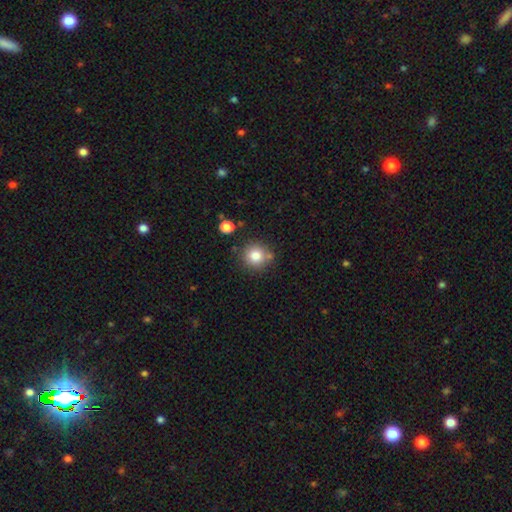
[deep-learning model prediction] smooth 82%, star or artifact 11%, featured or disk 8%. Down the decision tree: how rounded — round (92%); merging — none (78%).